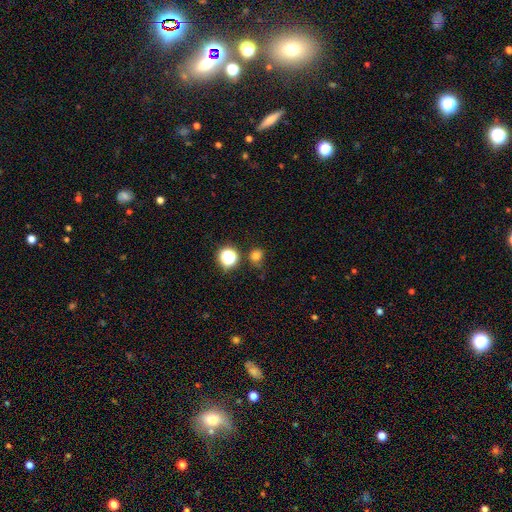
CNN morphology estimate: The model was most divided on "merging": none: 67%, minor disturbance: 19%, major disturbance: 7%, merger: 6%. More confident: how rounded — round (79%); smooth or featured — smooth (74%).